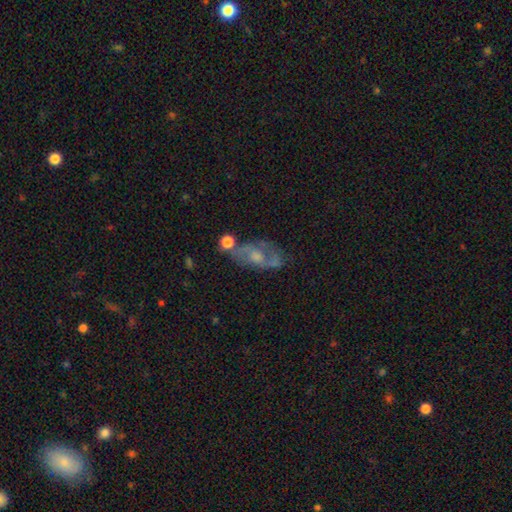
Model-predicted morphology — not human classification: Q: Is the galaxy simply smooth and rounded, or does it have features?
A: featured or disk — 63%.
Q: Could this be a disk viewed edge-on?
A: no — 90%.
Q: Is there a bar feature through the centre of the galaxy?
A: no — 66%.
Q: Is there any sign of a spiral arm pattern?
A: yes — 64%.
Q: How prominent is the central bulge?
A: moderate — 46%.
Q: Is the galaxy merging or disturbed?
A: none — 57%.